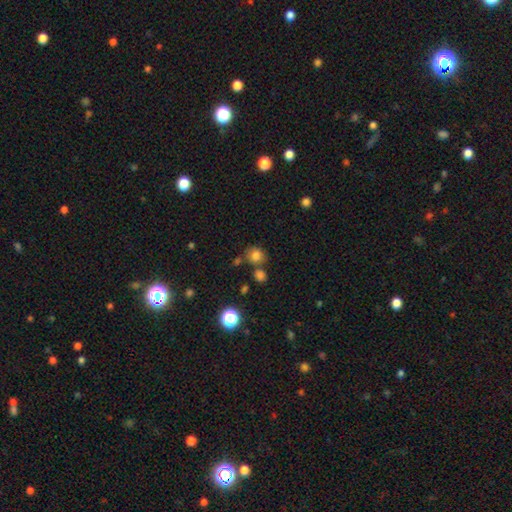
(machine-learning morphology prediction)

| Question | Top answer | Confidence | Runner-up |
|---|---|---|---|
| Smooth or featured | smooth | 78% | star or artifact (15%) |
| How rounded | round | 82% | in between (17%) |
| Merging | none | 65% | merger (19%) |